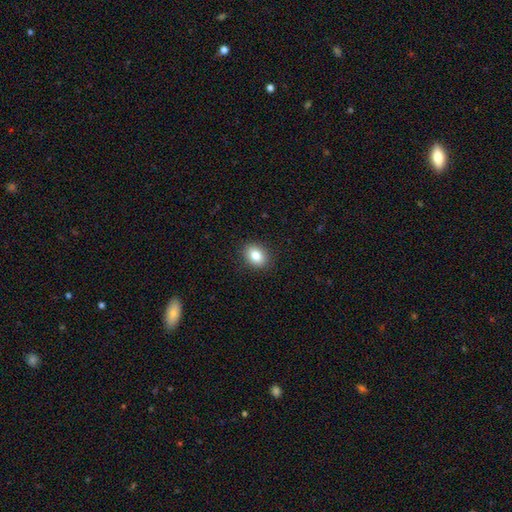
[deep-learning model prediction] This appears to be a smooth galaxy with no disk features (84%) that is in between round and cigar-shaped (61%). Merging: none (90%).